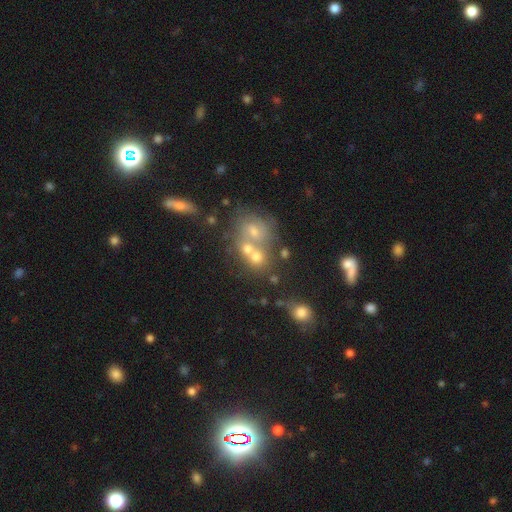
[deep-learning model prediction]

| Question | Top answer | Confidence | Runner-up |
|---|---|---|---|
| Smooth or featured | smooth | 49% | featured or disk (31%) |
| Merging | merger | 53% | none (32%) |